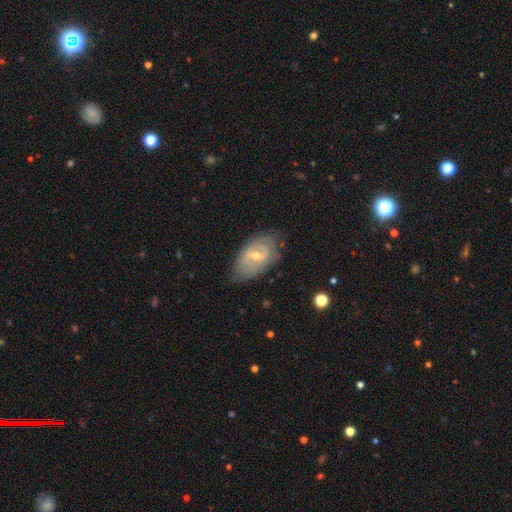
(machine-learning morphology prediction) smooth-or-featured: featured or disk: 69% | smooth: 23% | star or artifact: 8%
  disk-edge-on: no: 92% | yes: 8%
    bar: weak: 52% | no: 27% | strong: 21%
    has-spiral-arms: yes: 71% | no: 29%
    bulge-size: small: 51% | moderate: 45% | large: 1% | none: 1% | dominant: 1%
  merging: none: 72% | minor disturbance: 21% | major disturbance: 6% | merger: 1%